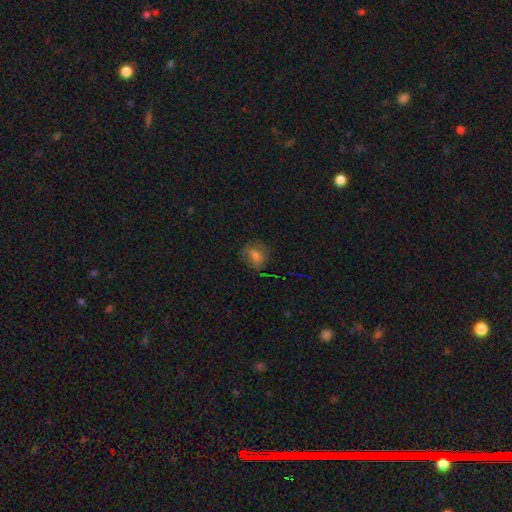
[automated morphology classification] type=smooth (70%); roundness=round (51%); merging=none (69%).